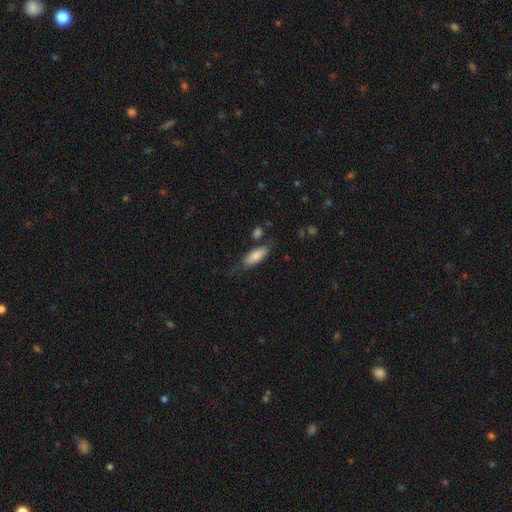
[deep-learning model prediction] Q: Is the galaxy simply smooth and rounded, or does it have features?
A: smooth — 81%.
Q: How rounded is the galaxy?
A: in between — 67%.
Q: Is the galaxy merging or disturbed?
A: none — 63%.